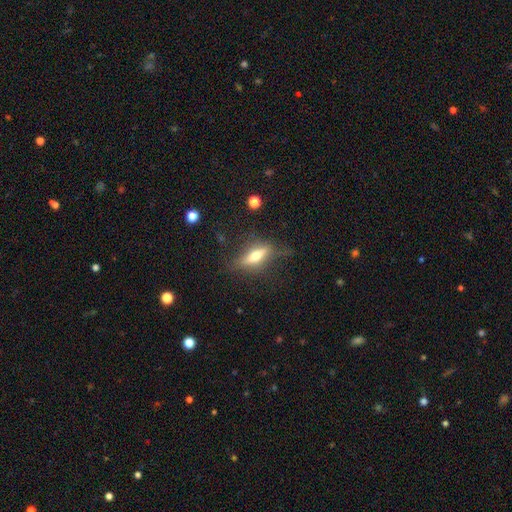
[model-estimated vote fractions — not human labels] This is likely a featured or disk galaxy (61%). It is clearly viewed edge-on (85%). Edge-on bulge: clearly rounded (92%). Merging: likely none (70%).